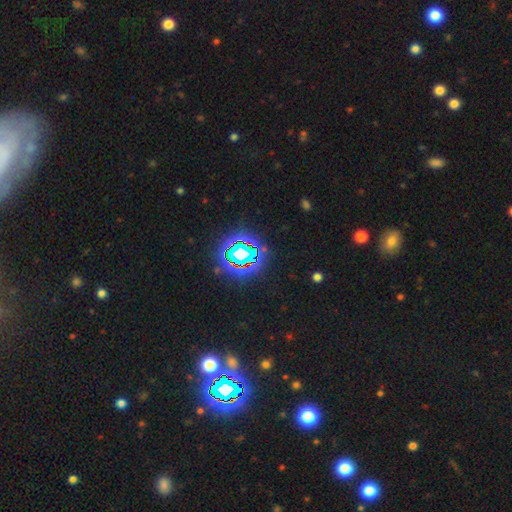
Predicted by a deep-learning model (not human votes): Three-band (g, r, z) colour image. It shows a star or artifact, not a galaxy (77%).